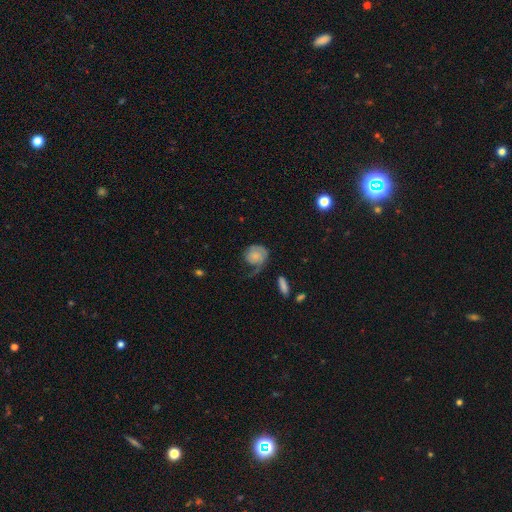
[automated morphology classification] This is possibly a smooth galaxy (47%). Merging: marginally none (36%, tied with major disturbance).